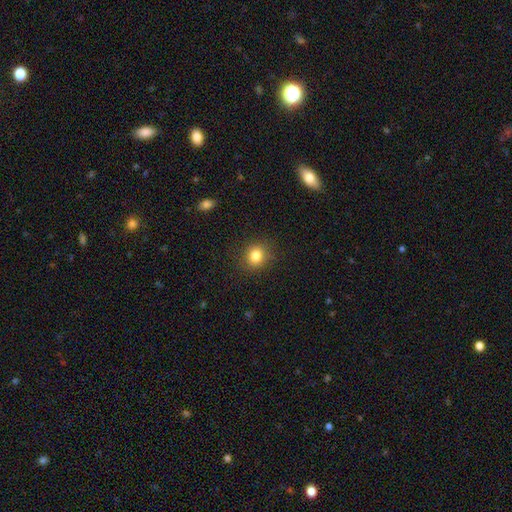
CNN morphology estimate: Smooth or featured?
  - smooth: 83% *
  - star or artifact: 11%
  - featured or disk: 6%
How rounded?
  - round: 72% *
  - in between: 27%
  - cigar-shaped: 1%
Merging?
  - none: 87% *
  - minor disturbance: 9%
  - major disturbance: 3%
  - merger: 1%